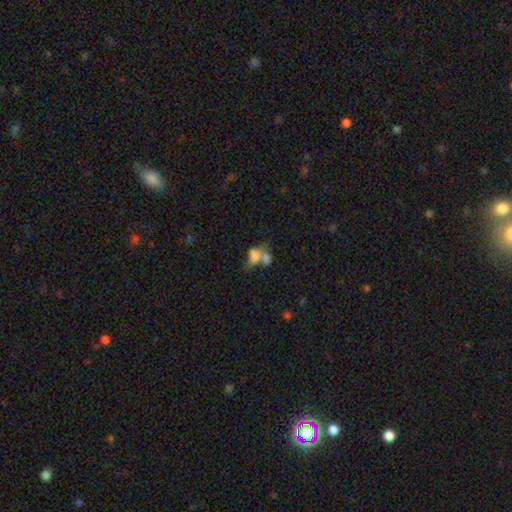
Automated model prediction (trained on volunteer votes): A smooth galaxy with no disk features (66%) that is in between round and cigar-shaped (79%). Merging: merger (63%).